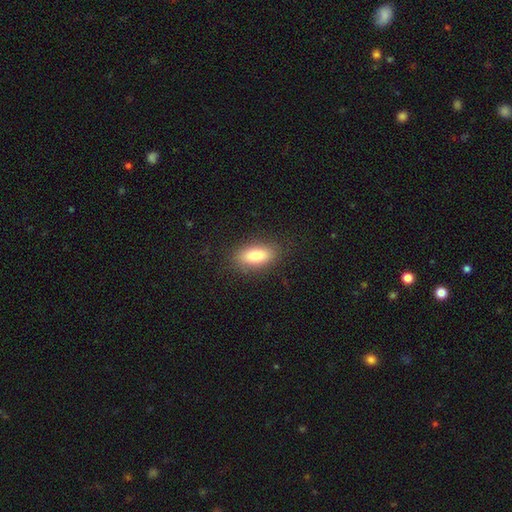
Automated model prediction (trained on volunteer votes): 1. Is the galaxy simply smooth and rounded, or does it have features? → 81% smooth, 11% featured or disk, 8% star or artifact.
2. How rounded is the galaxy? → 83% in between, 13% cigar-shaped, 4% round.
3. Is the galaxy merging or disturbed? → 85% none, 11% minor disturbance, 3% major disturbance, 1% merger.